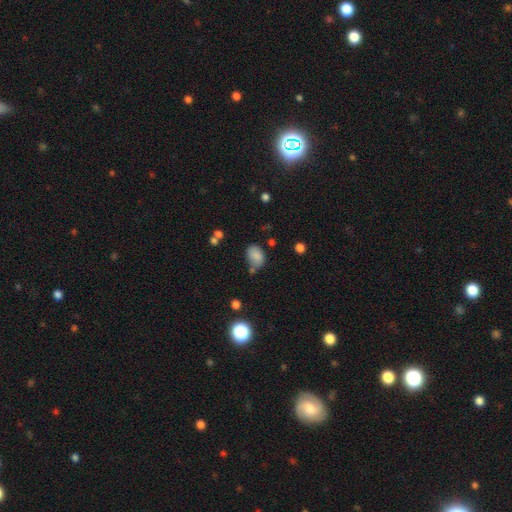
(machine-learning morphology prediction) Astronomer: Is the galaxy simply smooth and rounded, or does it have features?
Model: smooth — 81%.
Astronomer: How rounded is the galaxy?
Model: in between — 72%.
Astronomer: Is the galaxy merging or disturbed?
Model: none — 52% (runner-up: minor disturbance, 29%).